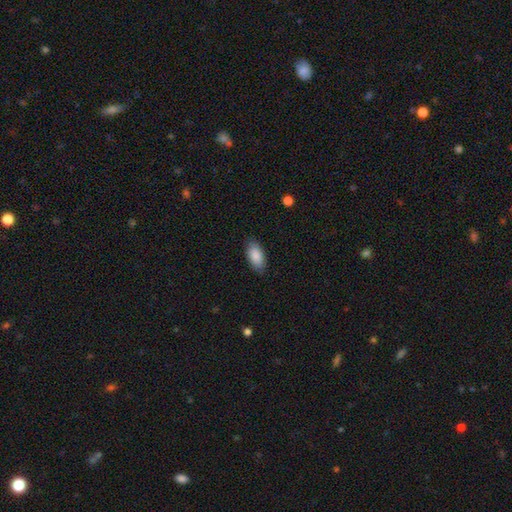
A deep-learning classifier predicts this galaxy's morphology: The model was most divided on "merging": none: 86%, minor disturbance: 11%, major disturbance: 2%, merger: 1%. More confident: how rounded — in between (93%); smooth or featured — smooth (88%).